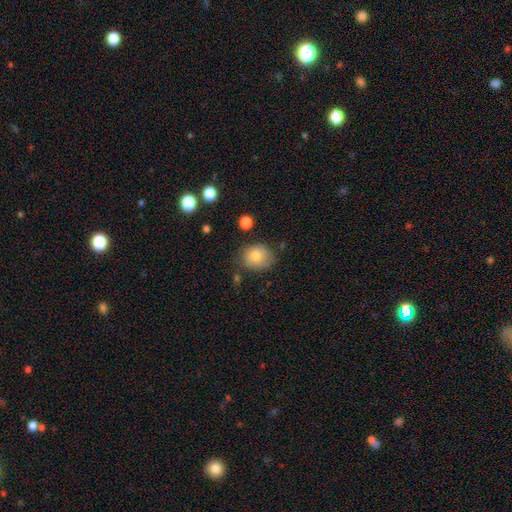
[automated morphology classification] Smooth or featured: smooth — 77% (featured or disk — 14%)
How rounded: round — 56% (in between — 43%)
Merging: none — 67% (minor disturbance — 23%)